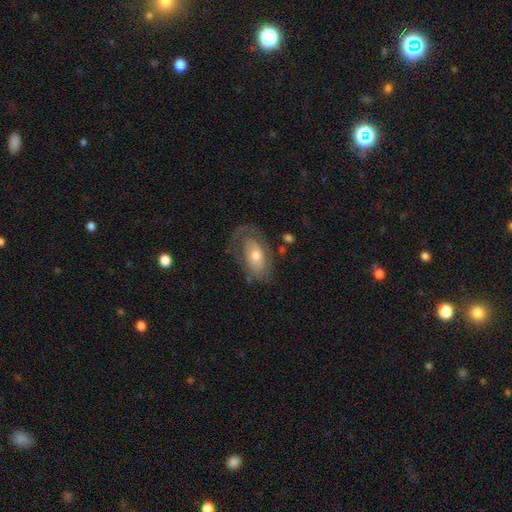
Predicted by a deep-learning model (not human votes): Smooth or featured: featured or disk — 55% (smooth — 38%)
Edge-on disk: no — 91% (yes — 9%)
Bar: no — 74% (weak — 20%)
Spiral arms: yes — 61% (no — 39%)
Bulge size: moderate — 61% (small — 30%)
Merging: none — 48% (major disturbance — 26%)